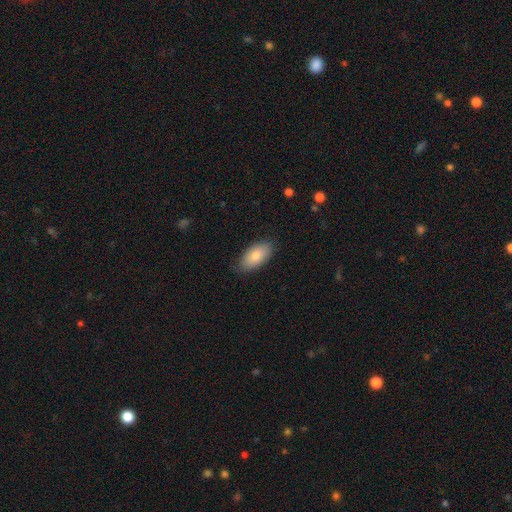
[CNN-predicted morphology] smooth 80%, featured or disk 13%, star or artifact 6%. Down the decision tree: how rounded — in between (93%); merging — none (81%).